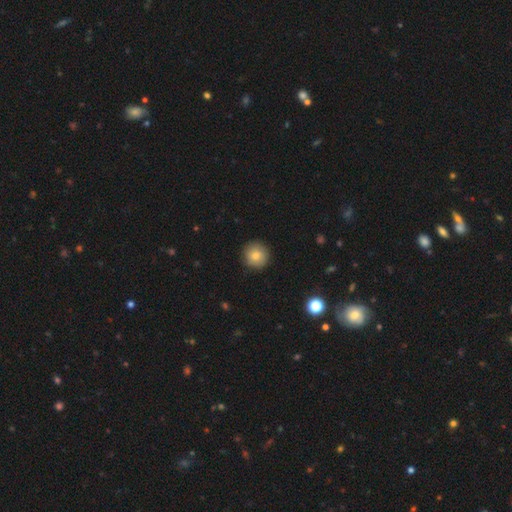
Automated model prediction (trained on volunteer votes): Smooth or featured? smooth (82%)
How rounded? round (94%)
Merging? none (90%)